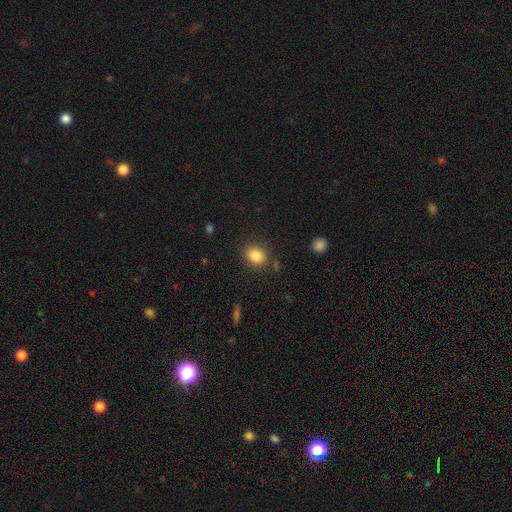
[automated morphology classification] Smooth or featured?
  - smooth: 85% *
  - star or artifact: 9%
  - featured or disk: 6%
How rounded?
  - in between: 50% *
  - round: 49%
  - cigar-shaped: 1%
Merging?
  - none: 84% *
  - minor disturbance: 10%
  - major disturbance: 3%
  - merger: 3%